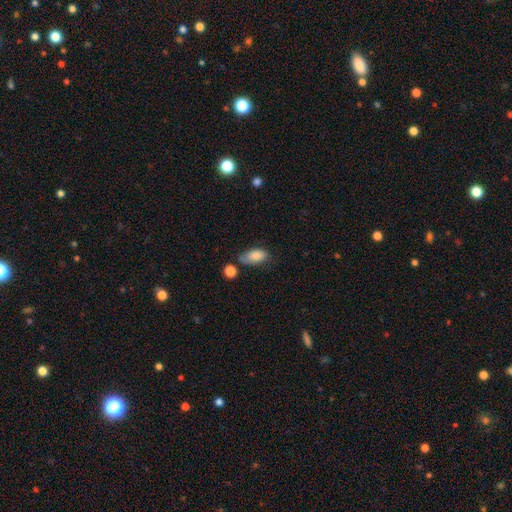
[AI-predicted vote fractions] A smooth galaxy with no disk features (83%) that is in between round and cigar-shaped (92%).

Vote fractions:
- Smooth or featured? smooth: 83% / featured or disk: 9% / star or artifact: 8%
- How rounded? in between: 92% / round: 4% / cigar-shaped: 4%
- Merging? none: 55% / minor disturbance: 31% / major disturbance: 9% / merger: 6%